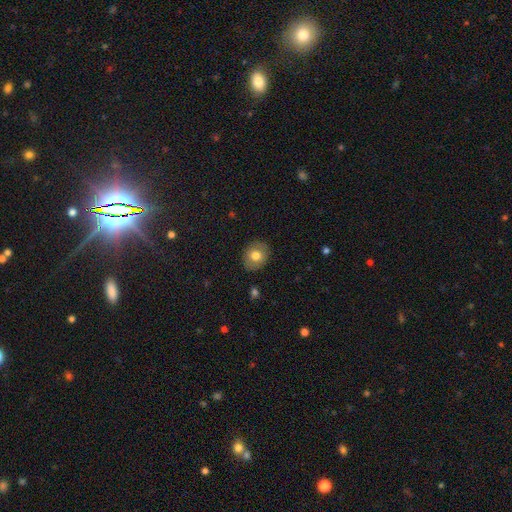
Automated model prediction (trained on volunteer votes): smooth-or-featured: smooth: 74% | featured or disk: 18% | star or artifact: 9%
  how-rounded: round: 65% | in between: 34% | cigar-shaped: 1%
  merging: none: 86% | minor disturbance: 10% | major disturbance: 2% | merger: 1%